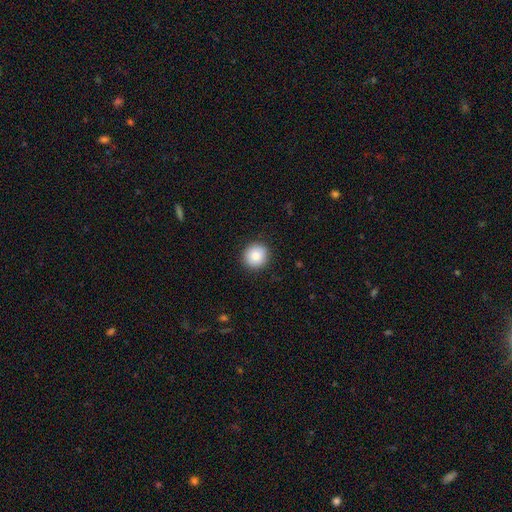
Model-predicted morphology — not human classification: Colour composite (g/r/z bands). It shows a smooth galaxy with no disk features (85%) that is round (93%). Merging: none (91%).